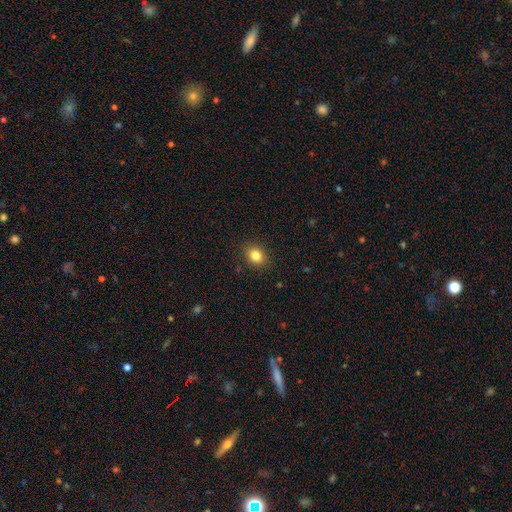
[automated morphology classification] This is clearly a smooth galaxy (83%). How rounded: possibly round (51%). Merging: clearly none (89%).